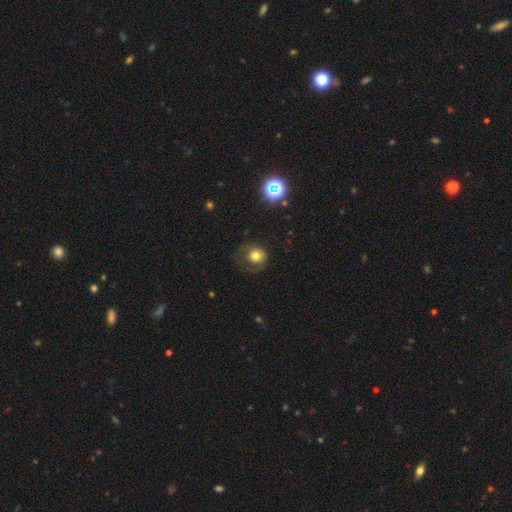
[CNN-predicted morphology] A smooth galaxy with no disk features (69%) that is round (79%). Merging: none (49%).